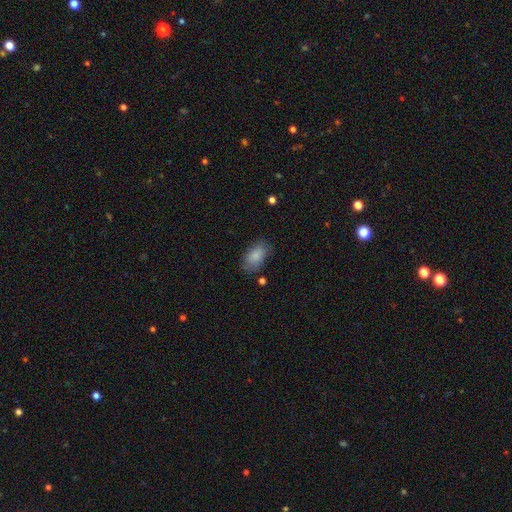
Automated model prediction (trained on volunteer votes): Overall: smooth (84%). How rounded: in between (92%). Merging: none (73%).